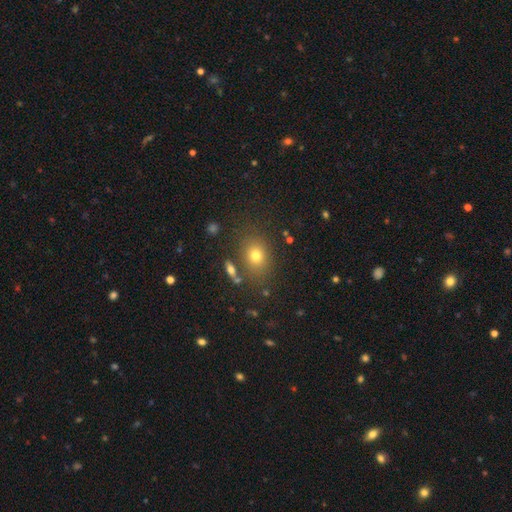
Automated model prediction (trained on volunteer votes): This is likely a smooth galaxy (72%). How rounded: possibly in between (51%). Merging: likely none (78%).